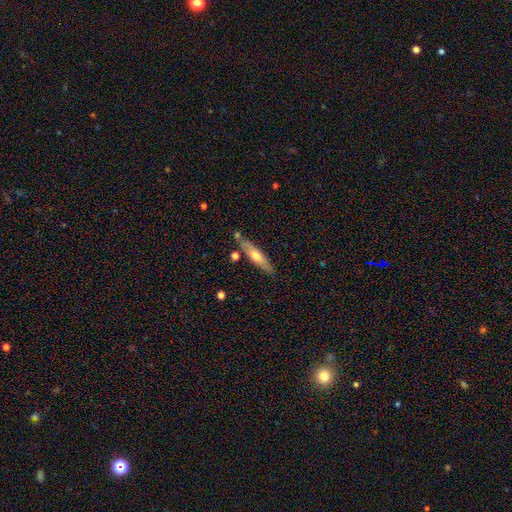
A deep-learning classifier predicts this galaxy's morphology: Smooth or featured?
  - smooth: 51% *
  - featured or disk: 43%
  - star or artifact: 6%
How rounded?
  - cigar-shaped: 77% *
  - in between: 22%
  - round: 2%
Merging?
  - none: 76% *
  - minor disturbance: 14%
  - merger: 7%
  - major disturbance: 3%